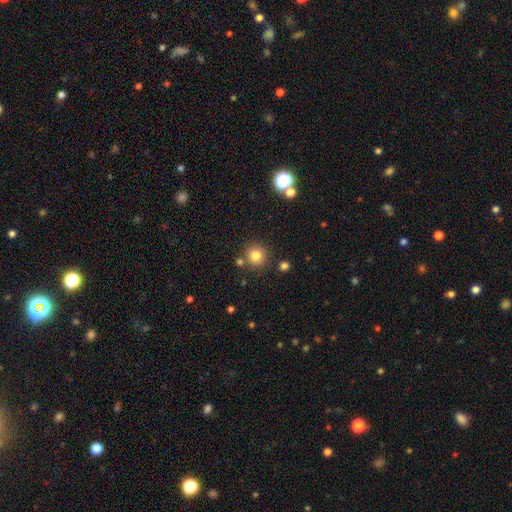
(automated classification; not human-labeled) Smooth or featured? smooth (81%)
How rounded? round (93%)
Merging? none (82%)